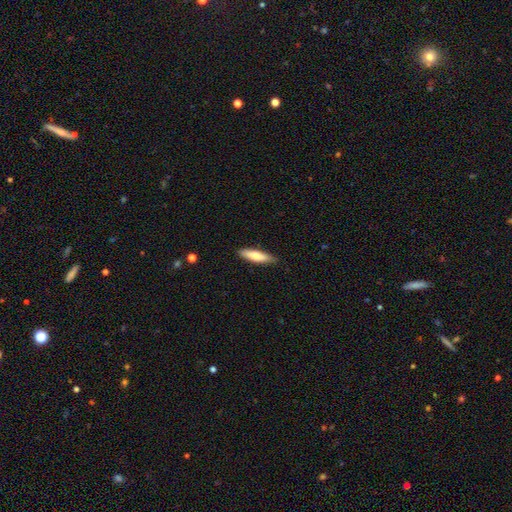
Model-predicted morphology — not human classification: Overall: smooth (71%). How rounded: cigar-shaped (66%; in between 32%). Merging: none (86%).